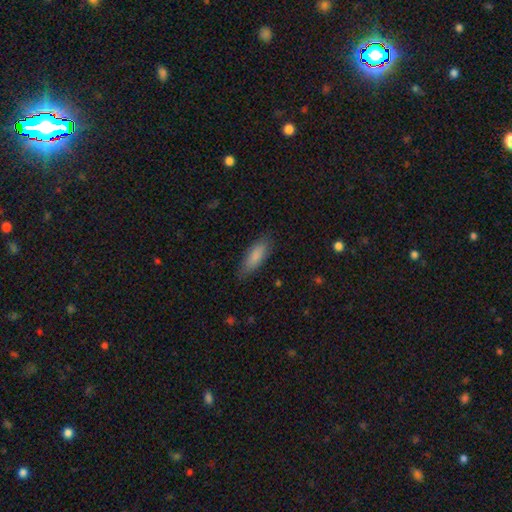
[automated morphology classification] Smooth or featured? Predicted: smooth (p=0.84). How rounded? Predicted: in between (p=0.60). Merging? Predicted: none (p=0.82).